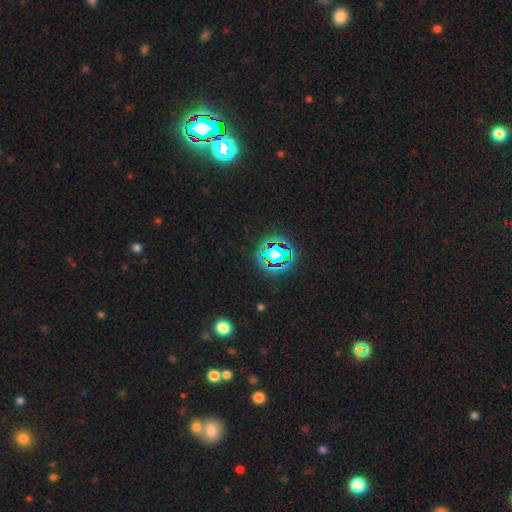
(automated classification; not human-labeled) Morphology: type=star or artifact (78%).